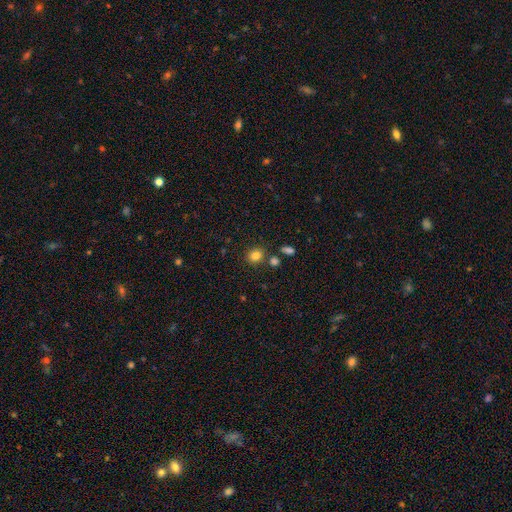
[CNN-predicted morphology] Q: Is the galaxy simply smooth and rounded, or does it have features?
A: smooth — 82%.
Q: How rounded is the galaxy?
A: round — 70%.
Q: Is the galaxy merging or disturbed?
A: none — 80%.